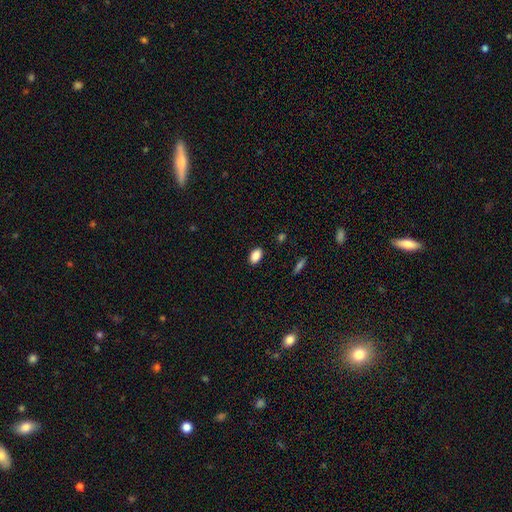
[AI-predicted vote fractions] Smooth or featured?
  - smooth: 88% *
  - star or artifact: 8%
  - featured or disk: 4%
How rounded?
  - in between: 90% *
  - round: 7%
  - cigar-shaped: 3%
Merging?
  - none: 88% *
  - minor disturbance: 8%
  - major disturbance: 2%
  - merger: 1%